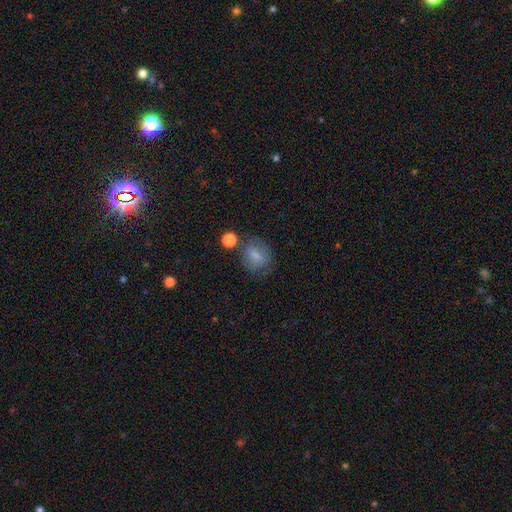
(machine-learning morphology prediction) smooth_or_featured: smooth (p=0.72) [alt: featured or disk p=0.18]
how_rounded: in between (p=0.51) [alt: round p=0.47]
merging: none (p=0.59) [alt: minor disturbance p=0.21]